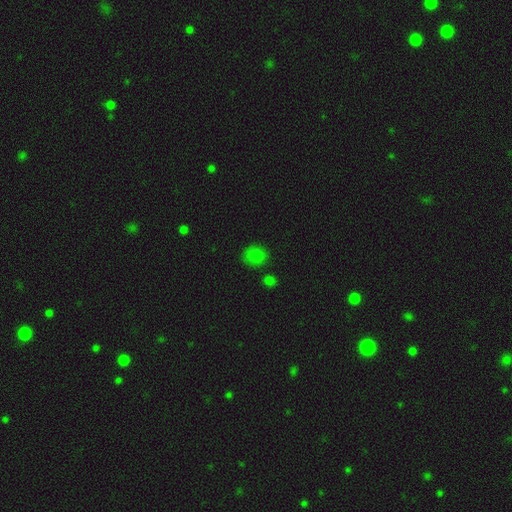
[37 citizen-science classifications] Smooth or featured?
  - smooth: 86% *
  - featured or disk: 11%
  - star or artifact: 3%
How rounded?
  - round: 62% *
  - in between: 38%
  - cigar-shaped: 0%
Merging?
  - none: 81% *
  - minor disturbance: 11%
  - merger: 8%
  - major disturbance: 0%